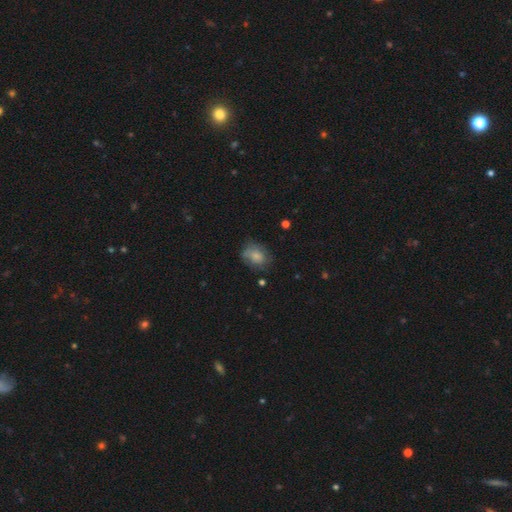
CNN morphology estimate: Overall: smooth (66%). How rounded: in between (53%; round 46%). Merging: none (58%; minor disturbance 27%).